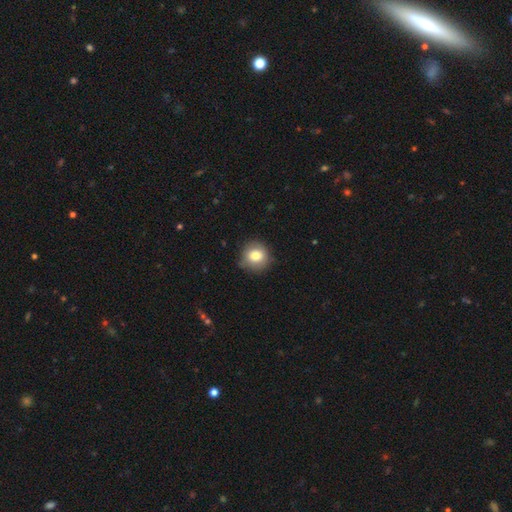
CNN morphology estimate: A smooth galaxy with no disk features (80%) that is round (88%).

Vote fractions:
- Smooth or featured? smooth: 80% / featured or disk: 11% / star or artifact: 9%
- How rounded? round: 88% / in between: 11% / cigar-shaped: 1%
- Merging? none: 77% / minor disturbance: 18% / major disturbance: 4% / merger: 1%